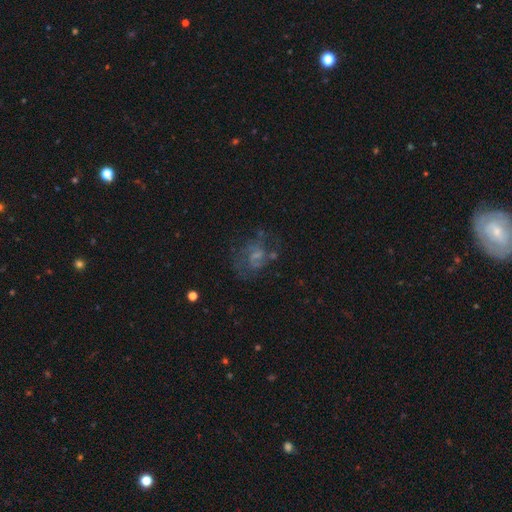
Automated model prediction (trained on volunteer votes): Morphology: type=featured or disk (57%); edge-on=no (98%); bar=no (56%); spiral arms=yes (64%); bulge=small (40%); merging=none (50%).